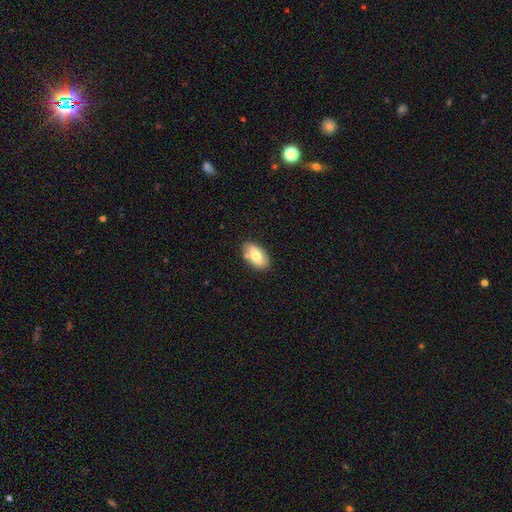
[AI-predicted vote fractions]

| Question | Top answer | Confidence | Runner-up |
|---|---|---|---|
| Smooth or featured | smooth | 70% | featured or disk (23%) |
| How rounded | in between | 92% | round (4%) |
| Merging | none | 78% | minor disturbance (14%) |